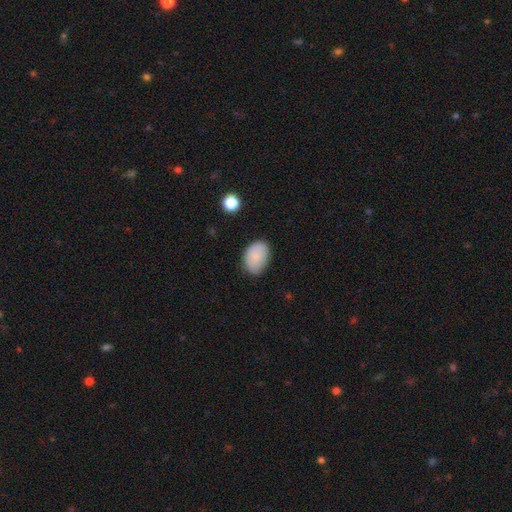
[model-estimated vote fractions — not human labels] smooth_or_featured: smooth (p=0.85) [alt: star or artifact p=0.07]
how_rounded: in between (p=0.85) [alt: round p=0.14]
merging: none (p=0.73) [alt: minor disturbance p=0.21]